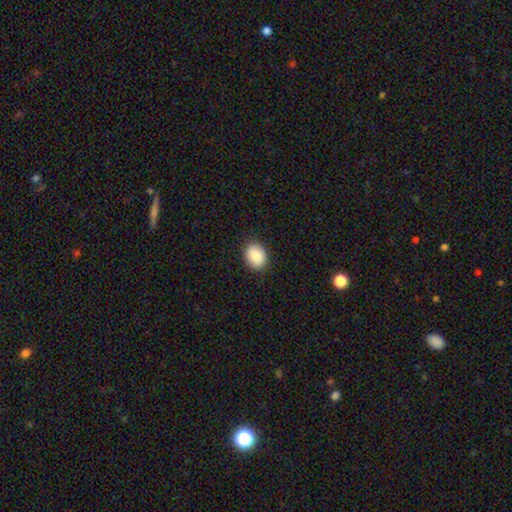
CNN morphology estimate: Overall: smooth (89%). How rounded: in between (61%; round 38%). Merging: none (89%).